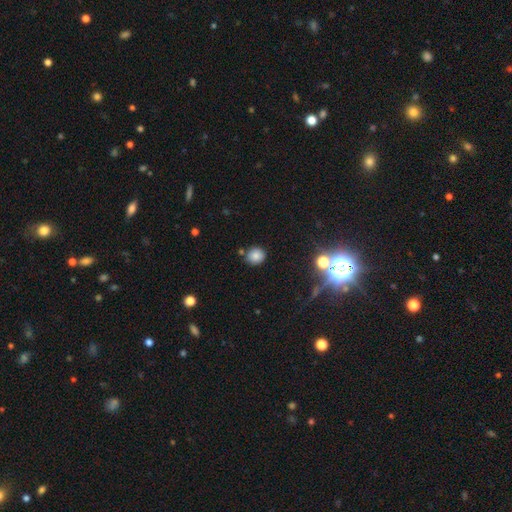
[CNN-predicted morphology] type=smooth (79%); roundness=round (84%); merging=none (80%).